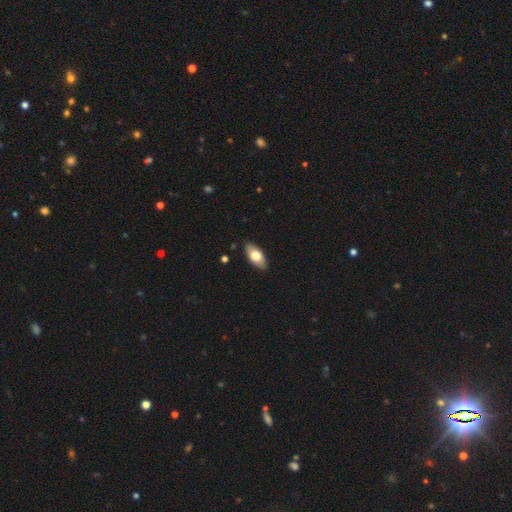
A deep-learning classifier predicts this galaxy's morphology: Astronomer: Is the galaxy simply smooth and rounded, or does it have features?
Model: smooth — 72%.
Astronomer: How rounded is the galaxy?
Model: in between — 91%.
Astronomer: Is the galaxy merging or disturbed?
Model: none — 88%.